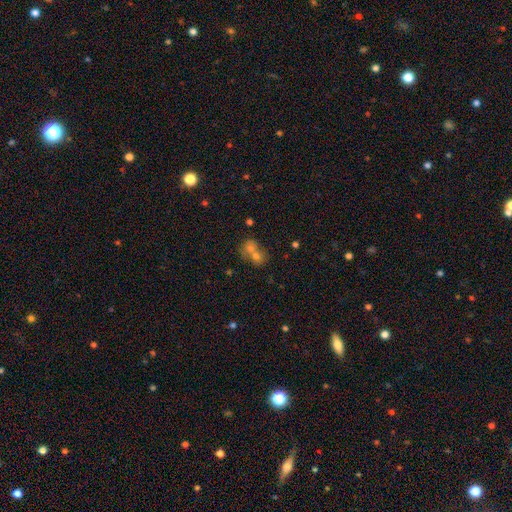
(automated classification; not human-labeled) A smooth galaxy with no disk features (60%) that is round (58%). Merging: merger (63%).